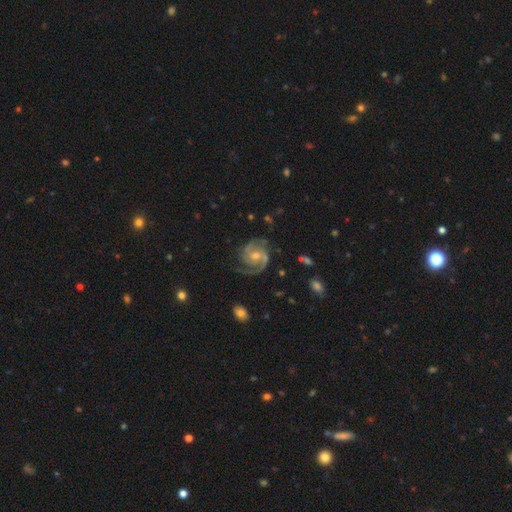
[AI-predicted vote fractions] Smooth or featured? featured or disk (90%)
Edge-on disk? no (98%)
Bar? no (58%)
Spiral arms? yes (98%)
Spiral winding? medium (47%)
Spiral arm count? 2 (71%)
Bulge size? moderate (53%)
Merging? none (77%)